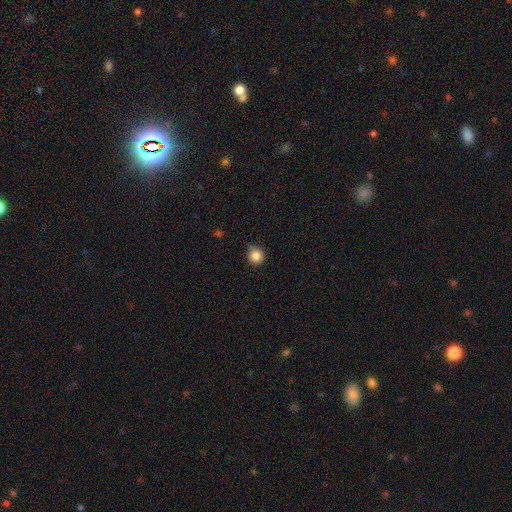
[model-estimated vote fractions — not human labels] Smooth or featured: smooth — 85% (star or artifact — 11%)
How rounded: round — 93% (in between — 6%)
Merging: none — 77% (minor disturbance — 19%)